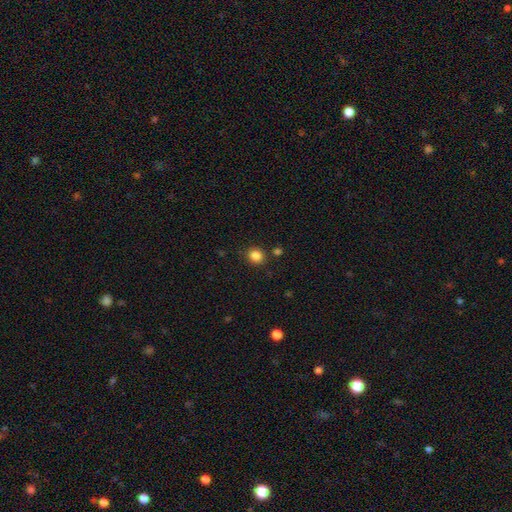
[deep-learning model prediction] Smooth or featured? Predicted: smooth (p=0.85). How rounded? Predicted: round (p=0.78). Merging? Predicted: none (p=0.85).